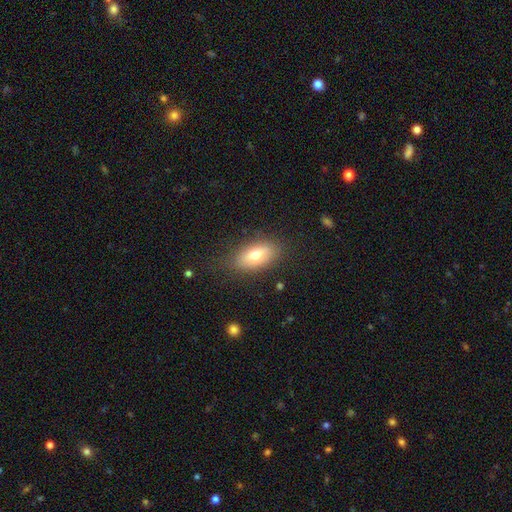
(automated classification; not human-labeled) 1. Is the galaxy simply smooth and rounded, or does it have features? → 73% smooth, 19% featured or disk, 9% star or artifact.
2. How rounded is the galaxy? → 87% in between, 7% round, 6% cigar-shaped.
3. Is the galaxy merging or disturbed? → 80% none, 14% minor disturbance, 5% major disturbance, 1% merger.